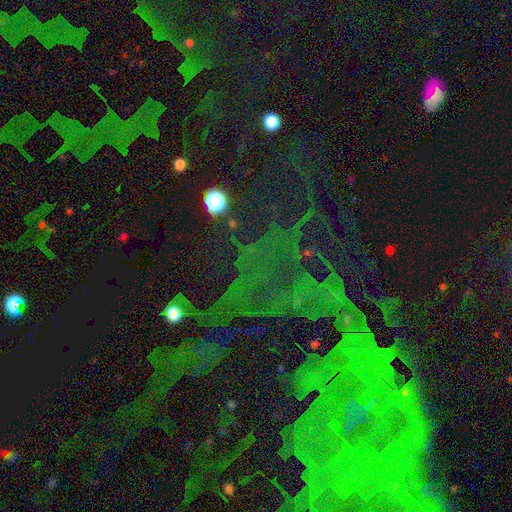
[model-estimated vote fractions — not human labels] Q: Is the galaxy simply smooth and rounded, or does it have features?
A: star or artifact — 74%.